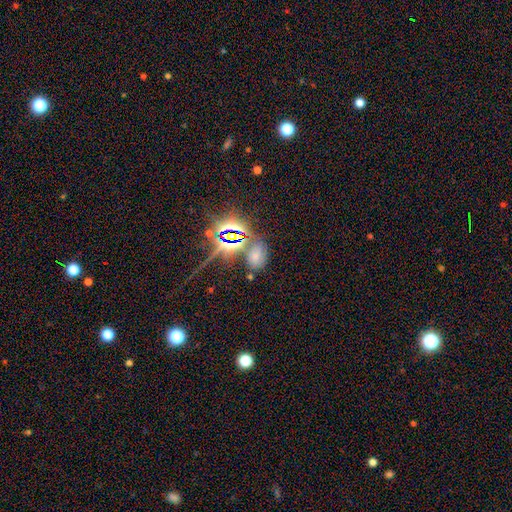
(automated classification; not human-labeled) A smooth galaxy with no disk features (44%).

Vote fractions:
- Smooth or featured? smooth: 44% / star or artifact: 43% / featured or disk: 13%
- Merging? none: 64% / minor disturbance: 17% / merger: 10% / major disturbance: 9%